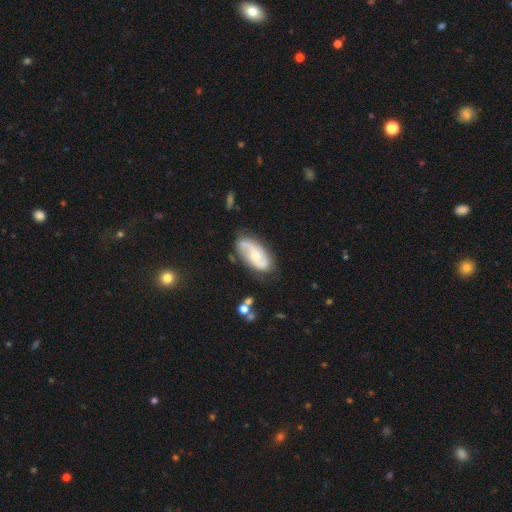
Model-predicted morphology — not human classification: smooth-or-featured: featured or disk: 69% | smooth: 24% | star or artifact: 6%
  disk-edge-on: no: 93% | yes: 7%
    bar: no: 67% | weak: 26% | strong: 7%
    has-spiral-arms: yes: 86% | no: 14%
      spiral-winding: medium: 40% | loose: 34% | tight: 25%
      spiral-arm-count: 2: 74% | can't tell: 15% | 1: 6% | 3: 3% | 4: 1% | more than 4: 1%
    bulge-size: moderate: 49% | small: 46% | large: 2% | none: 2% | dominant: 1%
  merging: none: 68% | minor disturbance: 22% | major disturbance: 7% | merger: 4%